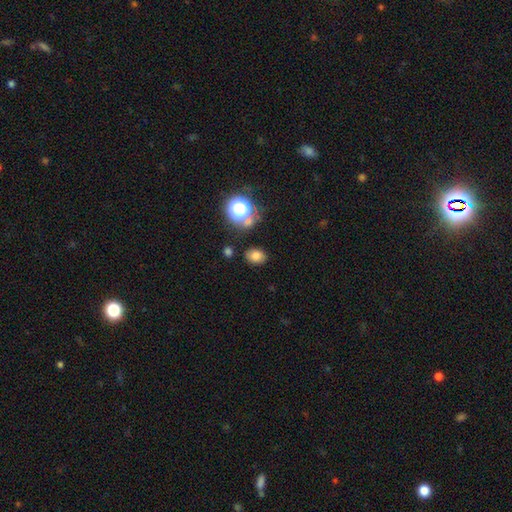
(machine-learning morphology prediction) Smooth or featured?
  - smooth: 76% *
  - star or artifact: 16%
  - featured or disk: 8%
How rounded?
  - in between: 67% *
  - round: 32%
  - cigar-shaped: 1%
Merging?
  - none: 80% *
  - minor disturbance: 12%
  - merger: 4%
  - major disturbance: 4%